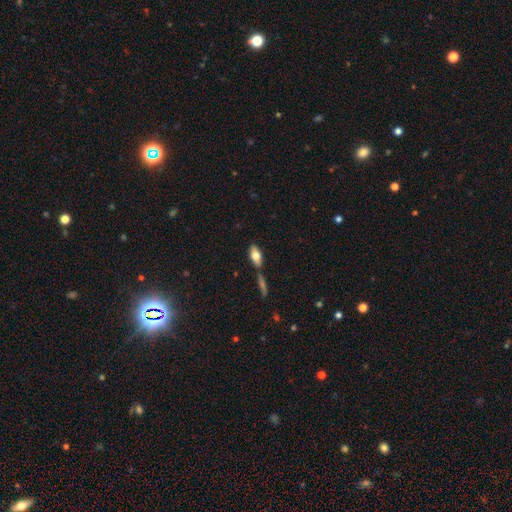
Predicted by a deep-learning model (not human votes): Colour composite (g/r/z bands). It shows a smooth galaxy with no disk features (72%) that is in between round and cigar-shaped (83%). Merging: none (62%).